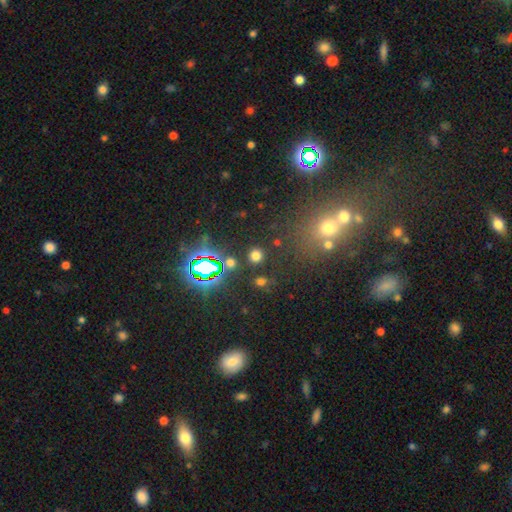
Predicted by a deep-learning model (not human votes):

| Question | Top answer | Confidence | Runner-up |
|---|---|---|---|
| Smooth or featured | smooth | 67% | star or artifact (27%) |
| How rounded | round | 90% | in between (9%) |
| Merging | none | 86% | minor disturbance (6%) |